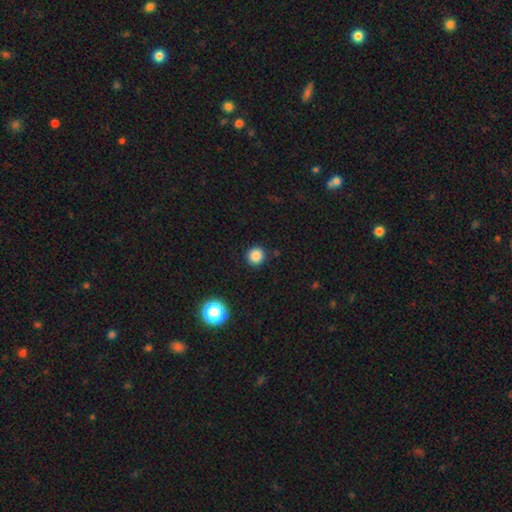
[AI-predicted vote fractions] smooth-or-featured: smooth: 84% | star or artifact: 12% | featured or disk: 3%
  how-rounded: round: 94% | in between: 5% | cigar-shaped: 1%
  merging: none: 91% | minor disturbance: 6% | major disturbance: 2% | merger: 1%